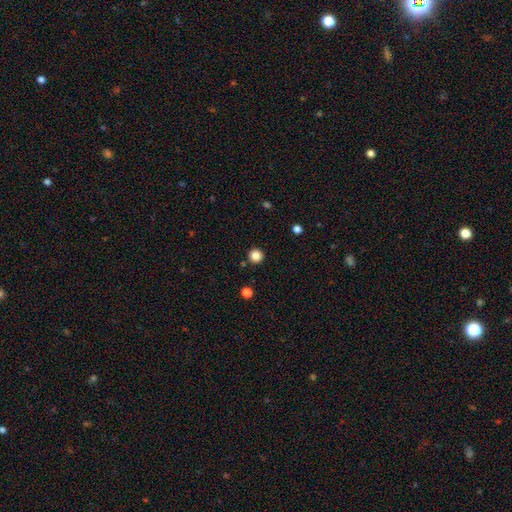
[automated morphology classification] This appears to be a smooth galaxy with no disk features (85%) that is round (95%). Merging: none (91%).